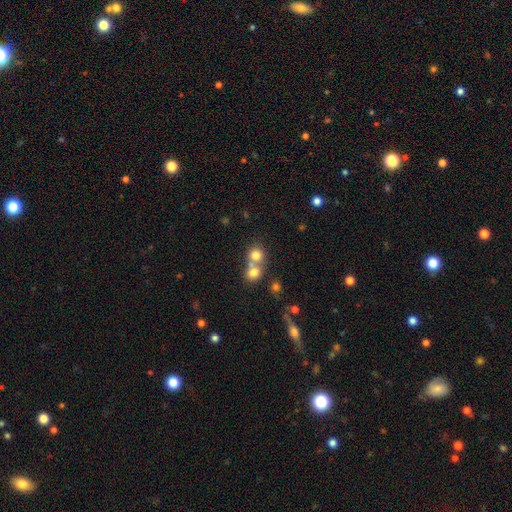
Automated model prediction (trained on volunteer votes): A smooth galaxy with no disk features (76%) that is round (83%).

Vote fractions:
- Smooth or featured? smooth: 76% / star or artifact: 13% / featured or disk: 11%
- How rounded? round: 83% / in between: 16% / cigar-shaped: 1%
- Merging? merger: 54% / none: 38% / minor disturbance: 5% / major disturbance: 3%